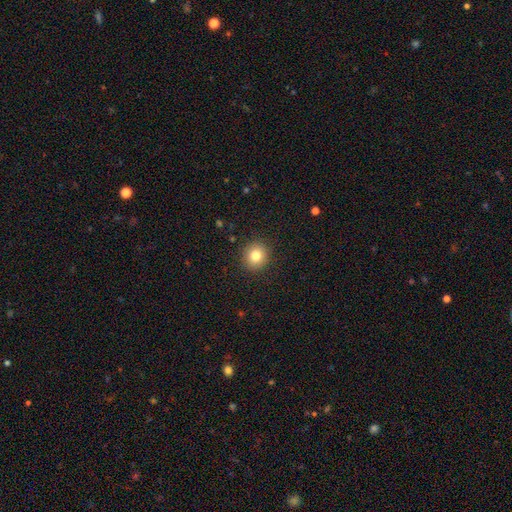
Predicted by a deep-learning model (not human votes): Q: Smooth or featured?
A: smooth (81%); runner-up: star or artifact (11%)
Q: How rounded?
A: round (87%); runner-up: in between (12%)
Q: Merging?
A: none (91%); runner-up: minor disturbance (6%)